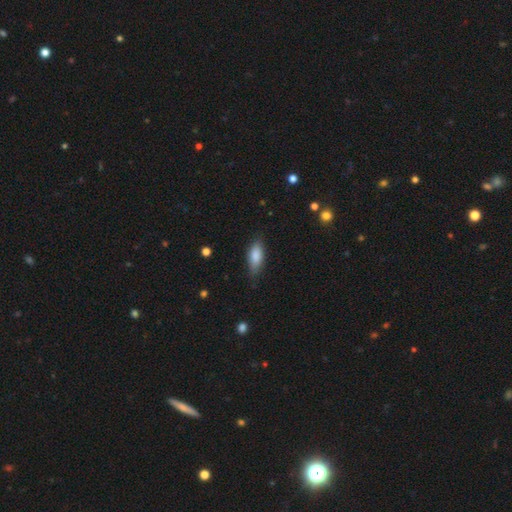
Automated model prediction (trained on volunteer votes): A smooth galaxy with no disk features (83%) that is in between round and cigar-shaped (80%).

Vote fractions:
- Smooth or featured? smooth: 83% / featured or disk: 10% / star or artifact: 6%
- How rounded? in between: 80% / cigar-shaped: 18% / round: 2%
- Merging? none: 77% / minor disturbance: 18% / major disturbance: 3% / merger: 1%